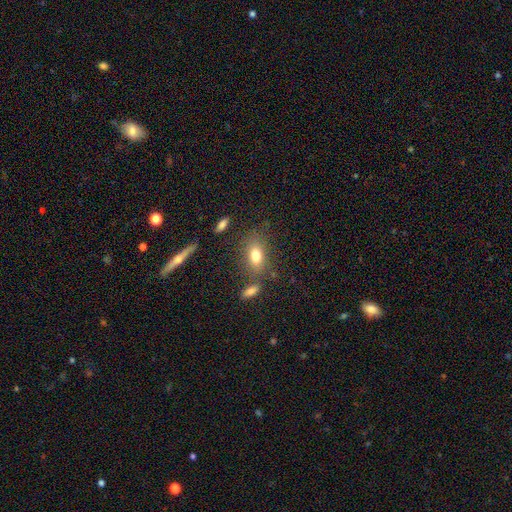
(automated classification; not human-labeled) Smooth or featured? Predicted: smooth (p=0.77). How rounded? Predicted: in between (p=0.82). Merging? Predicted: none (p=0.70).